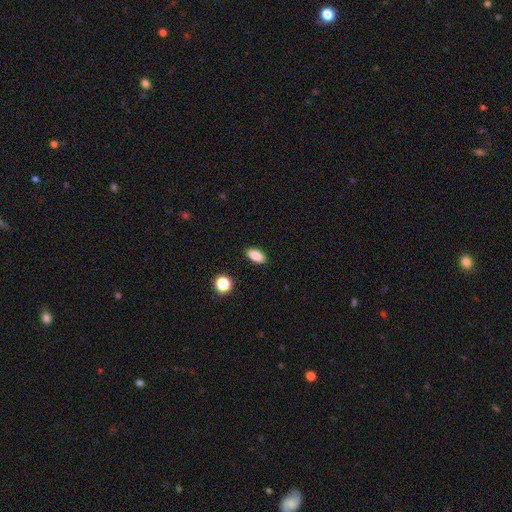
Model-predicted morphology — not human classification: Smooth or featured?
  - smooth: 86% *
  - star or artifact: 9%
  - featured or disk: 5%
How rounded?
  - in between: 89% *
  - cigar-shaped: 6%
  - round: 5%
Merging?
  - none: 90% *
  - minor disturbance: 7%
  - major disturbance: 2%
  - merger: 1%